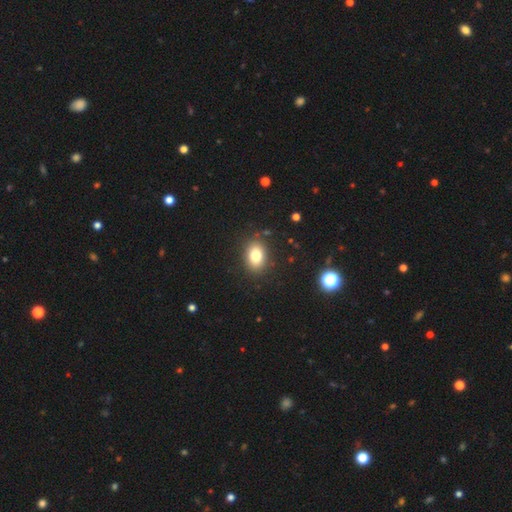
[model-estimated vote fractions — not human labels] Smooth or featured? smooth (80%)
How rounded? in between (75%)
Merging? none (86%)